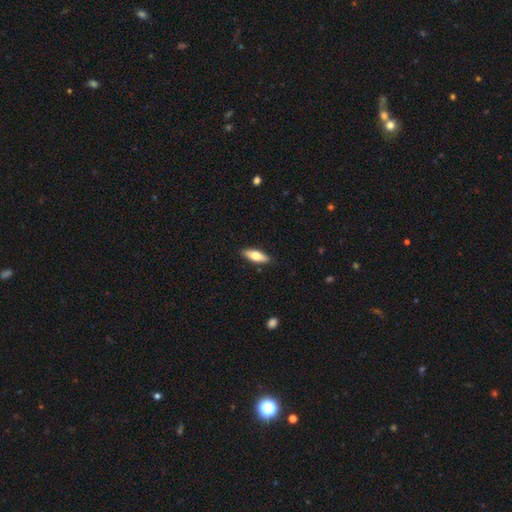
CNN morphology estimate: Smooth or featured? smooth (67%)
How rounded? in between (61%)
Merging? none (88%)